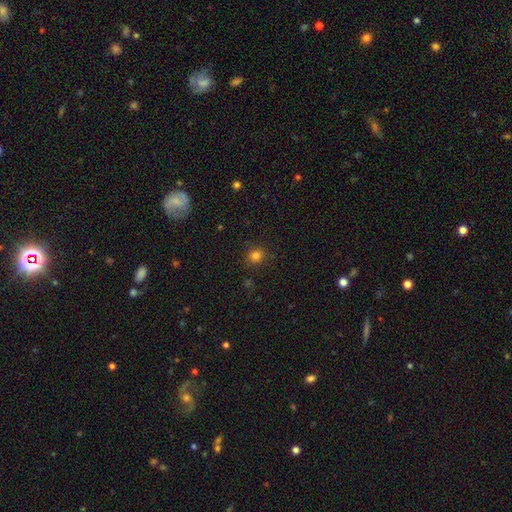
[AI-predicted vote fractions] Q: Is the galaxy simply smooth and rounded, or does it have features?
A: smooth — 81%.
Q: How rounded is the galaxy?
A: round — 87%.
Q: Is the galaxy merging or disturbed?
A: none — 87%.